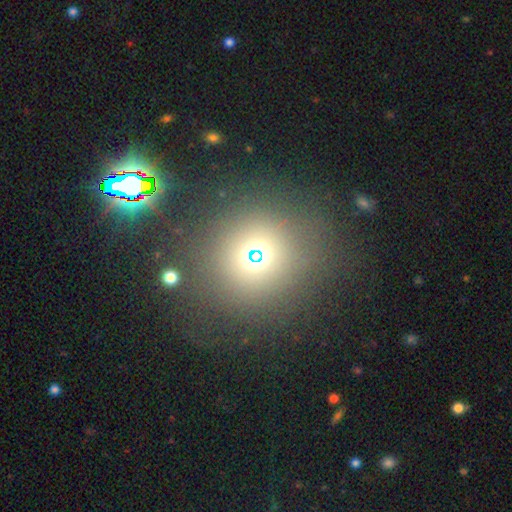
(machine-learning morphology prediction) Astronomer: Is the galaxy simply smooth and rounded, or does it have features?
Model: smooth — 54% (runner-up: star or artifact, 35%).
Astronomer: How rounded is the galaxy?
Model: round — 83%.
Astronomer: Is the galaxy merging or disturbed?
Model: none — 80%.